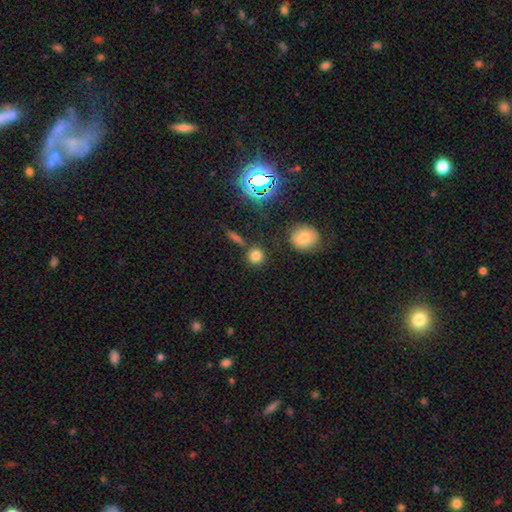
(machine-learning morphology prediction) Smooth or featured? Predicted: smooth (p=0.76). How rounded? Predicted: round (p=0.91). Merging? Predicted: none (p=0.81).